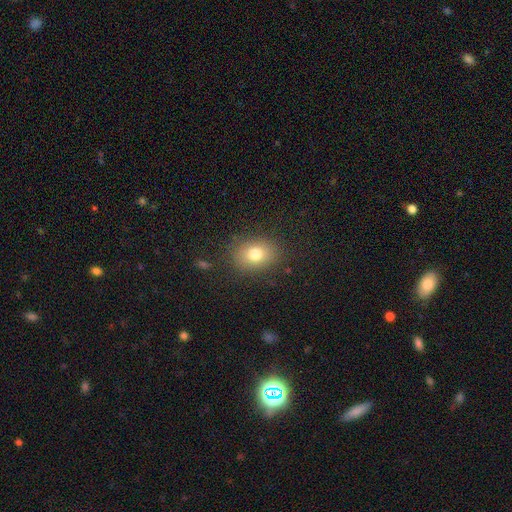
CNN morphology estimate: This is likely a smooth galaxy (78%). How rounded: likely in between (62%). Merging: clearly none (83%).